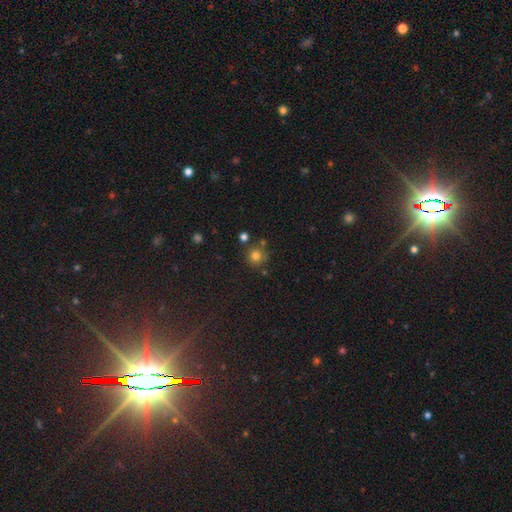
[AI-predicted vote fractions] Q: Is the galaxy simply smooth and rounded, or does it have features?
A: smooth — 76%.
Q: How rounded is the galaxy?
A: round — 92%.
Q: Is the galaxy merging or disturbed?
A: none — 74%.